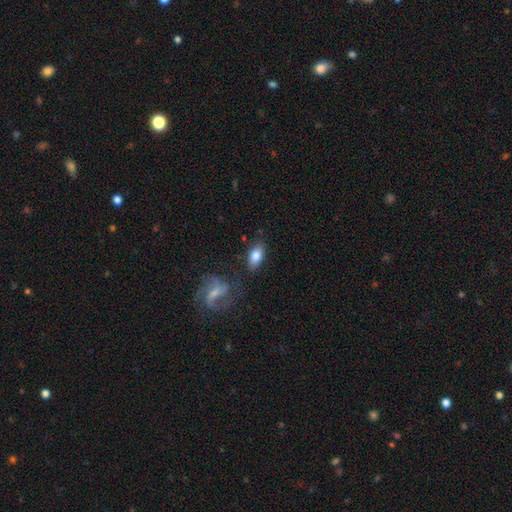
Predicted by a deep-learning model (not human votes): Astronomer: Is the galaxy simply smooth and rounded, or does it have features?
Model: smooth — 81%.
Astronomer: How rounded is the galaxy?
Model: in between — 90%.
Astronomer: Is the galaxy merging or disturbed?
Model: none — 76%.